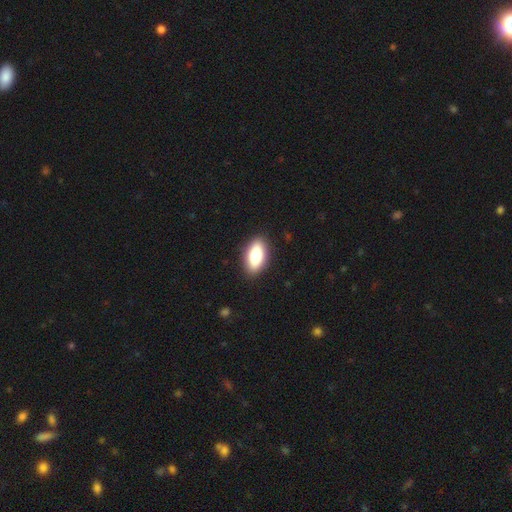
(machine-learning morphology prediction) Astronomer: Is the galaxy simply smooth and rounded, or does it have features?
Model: smooth — 80%.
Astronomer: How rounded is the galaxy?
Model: in between — 85%.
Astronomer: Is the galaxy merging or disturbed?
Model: none — 89%.